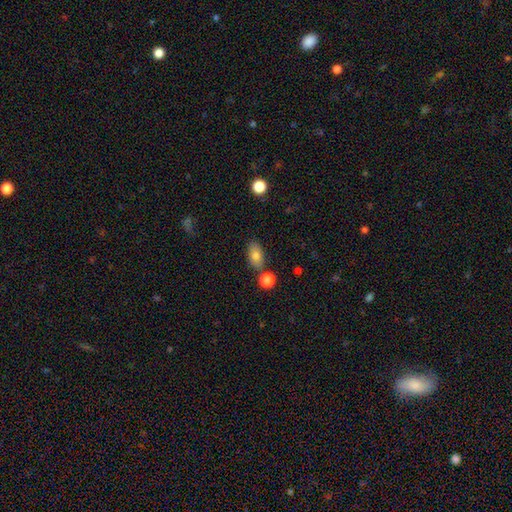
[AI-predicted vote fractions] Smooth or featured: smooth — 79% (featured or disk — 12%)
How rounded: in between — 88% (round — 9%)
Merging: none — 74% (minor disturbance — 14%)